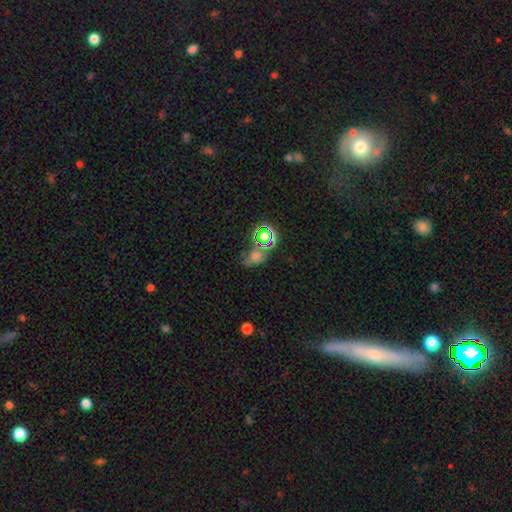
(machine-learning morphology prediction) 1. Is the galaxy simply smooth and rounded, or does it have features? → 48% star or artifact, 39% smooth, 13% featured or disk.